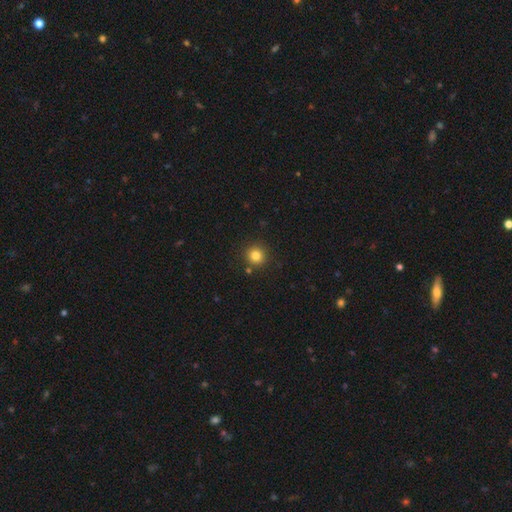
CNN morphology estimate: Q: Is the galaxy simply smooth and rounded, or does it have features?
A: smooth — 81%.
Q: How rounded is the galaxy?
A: round — 95%.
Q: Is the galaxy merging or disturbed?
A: none — 88%.